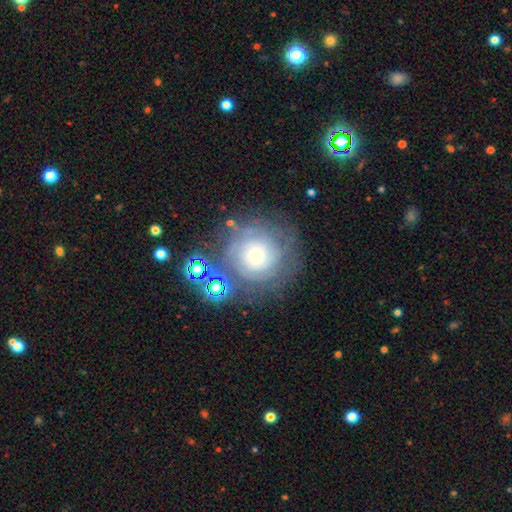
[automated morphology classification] The model was most divided on "bulge size": small: 50%, moderate: 36%, large: 9%, dominant: 2%, none: 2%. More confident: edge-on disk — no (97%); bar — no (84%); spiral arms — yes (83%); spiral winding — tight (76%); merging — none (72%); smooth or featured — featured or disk (63%); spiral arm count — can't tell (54%).